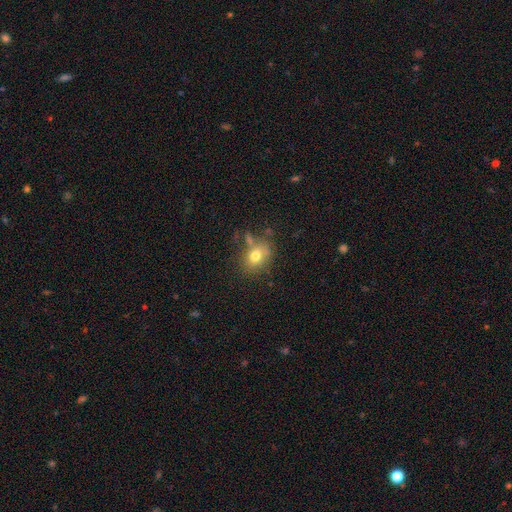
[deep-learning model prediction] This appears to be a smooth galaxy with no disk features (74%) that is in between round and cigar-shaped (56%). Merging: none (60%).